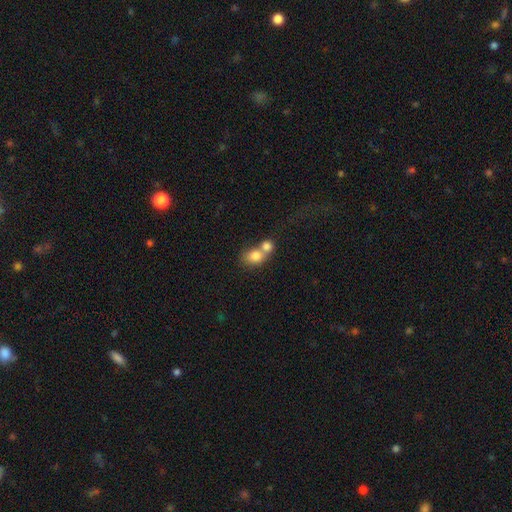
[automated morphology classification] Smooth or featured? Predicted: smooth (p=0.78). How rounded? Predicted: round (p=0.51). Merging? Predicted: merger (p=0.66).